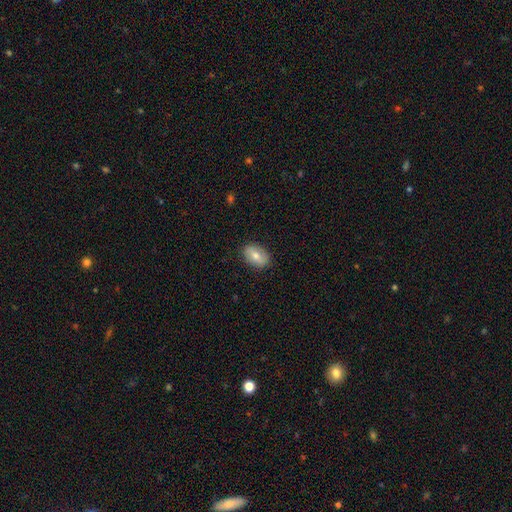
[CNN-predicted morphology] smooth-or-featured: smooth: 69% | featured or disk: 23% | star or artifact: 8%
  how-rounded: in between: 83% | round: 15% | cigar-shaped: 2%
  merging: none: 87% | minor disturbance: 10% | major disturbance: 2% | merger: 1%